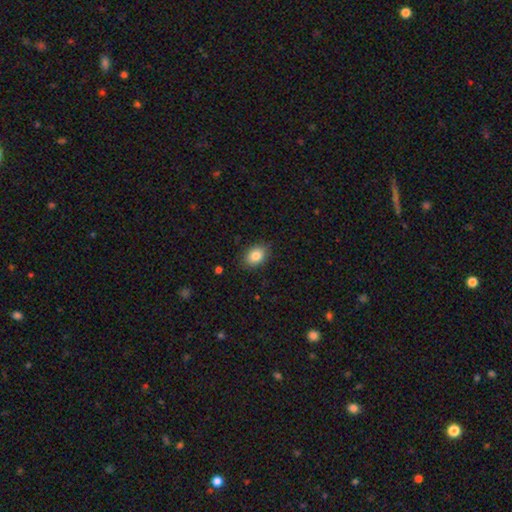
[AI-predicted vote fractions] smooth_or_featured: smooth (p=0.84) [alt: star or artifact p=0.09]
how_rounded: in between (p=0.72) [alt: round p=0.27]
merging: none (p=0.86) [alt: minor disturbance p=0.10]